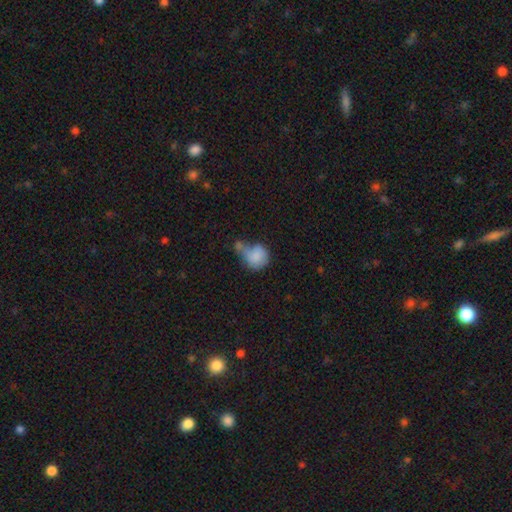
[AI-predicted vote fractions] The model was most divided on "merging": merger: 34%, none: 27%, minor disturbance: 22%, major disturbance: 17%. More confident: smooth or featured — smooth (79%); how rounded — round (74%).